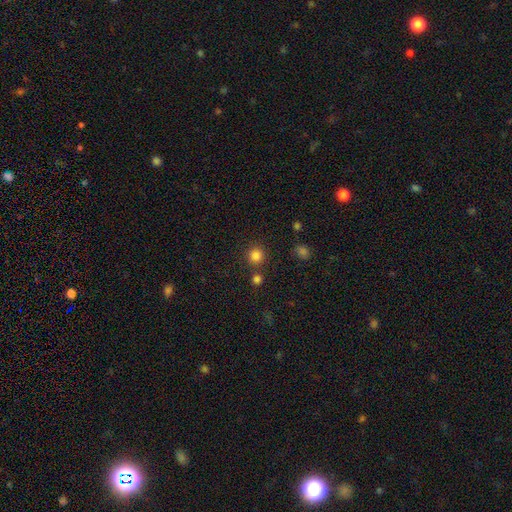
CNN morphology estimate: The model was most divided on "smooth or featured": smooth: 83%, star or artifact: 13%, featured or disk: 4%. More confident: how rounded — round (94%); merging — none (82%).